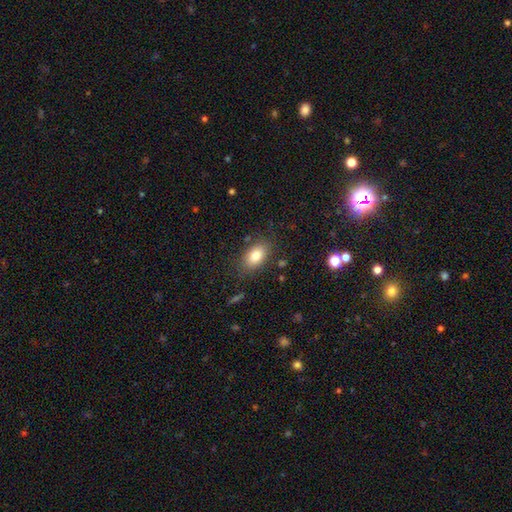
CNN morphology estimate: This is clearly a smooth galaxy (81%). How rounded: clearly in between (88%). Merging: clearly none (82%).